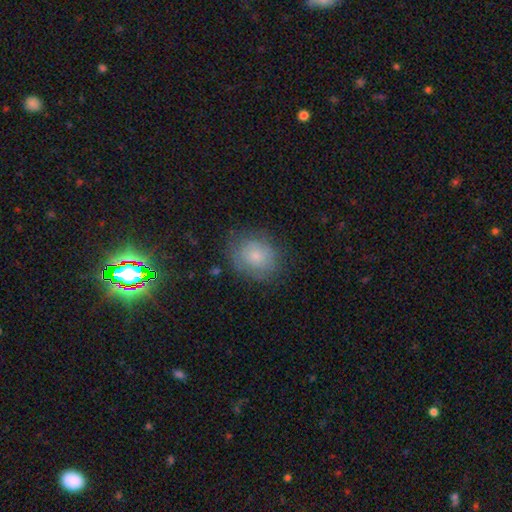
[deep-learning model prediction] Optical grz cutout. It shows a smooth galaxy with no disk features (67%) that is round (64%). Merging: none (72%).